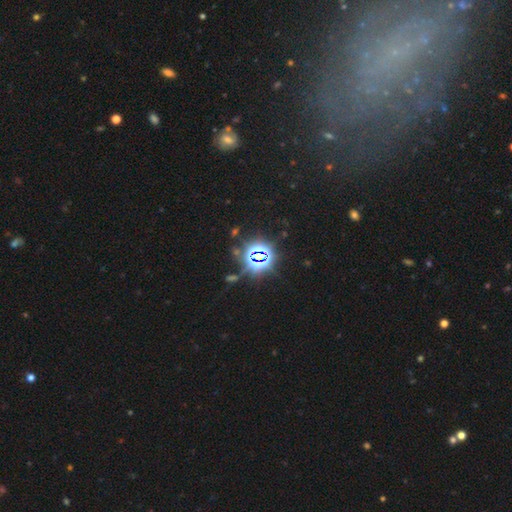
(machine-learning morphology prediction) Smooth or featured?
  - star or artifact: 79% *
  - smooth: 13%
  - featured or disk: 8%